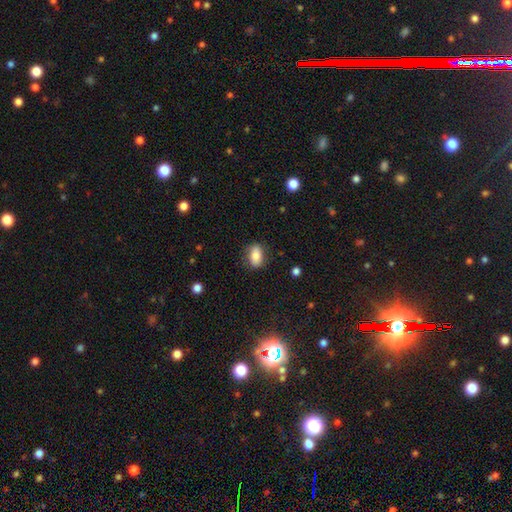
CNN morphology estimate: Q: Smooth or featured?
A: smooth (80%); runner-up: featured or disk (12%)
Q: How rounded?
A: in between (83%); runner-up: round (14%)
Q: Merging?
A: none (79%); runner-up: minor disturbance (15%)